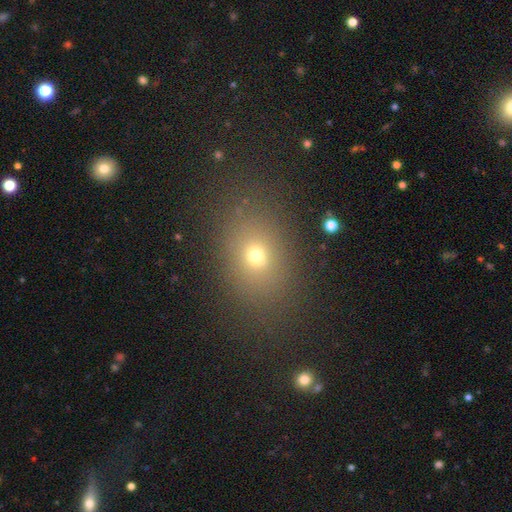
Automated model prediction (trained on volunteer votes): smooth 67%, star or artifact 20%, featured or disk 13%. Down the decision tree: how rounded — in between (64%); merging — none (81%).